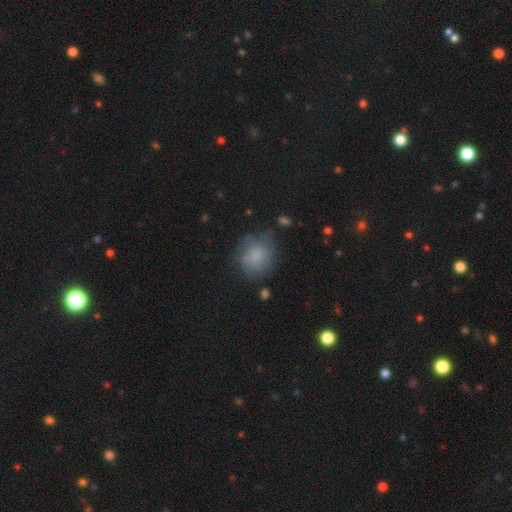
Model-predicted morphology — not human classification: smooth 68%, featured or disk 23%, star or artifact 9%. Down the decision tree: how rounded — round (72%); merging — none (64%).